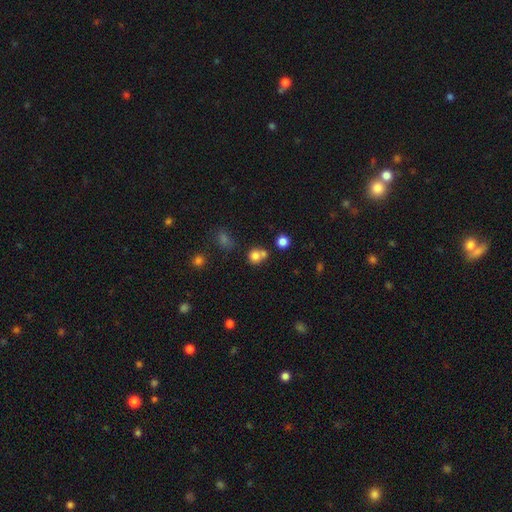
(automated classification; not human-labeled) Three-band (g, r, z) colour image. It shows a smooth galaxy with no disk features (76%) that is round (82%). Merging: none (46%).